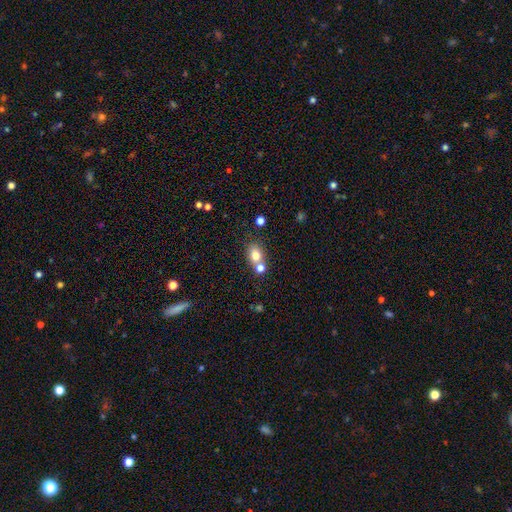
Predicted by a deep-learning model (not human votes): The model was most divided on "how rounded": in between: 55%, round: 43%, cigar-shaped: 1%. More confident: smooth or featured — smooth (78%); merging — none (54%).